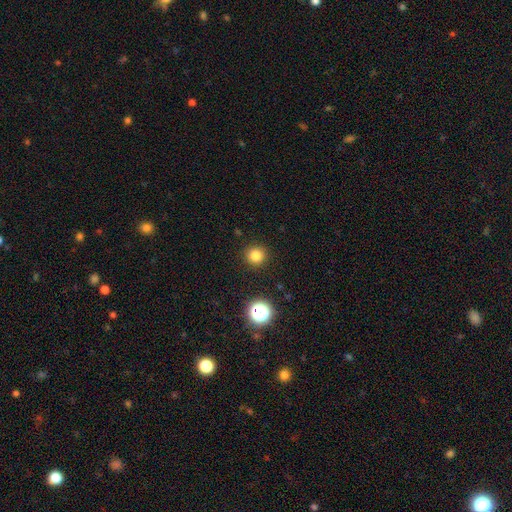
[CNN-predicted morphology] smooth-or-featured: smooth: 81% | star or artifact: 15% | featured or disk: 5%
  how-rounded: round: 94% | in between: 5% | cigar-shaped: 1%
  merging: none: 92% | minor disturbance: 5% | major disturbance: 2% | merger: 1%